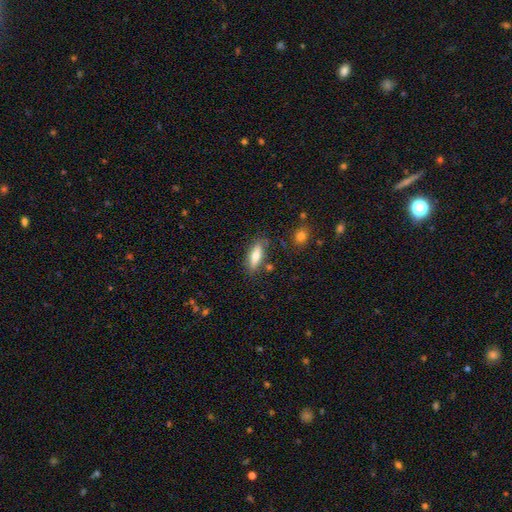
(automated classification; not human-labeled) Overall: smooth (69%). How rounded: cigar-shaped (49%; in between 48%). Merging: none (79%).